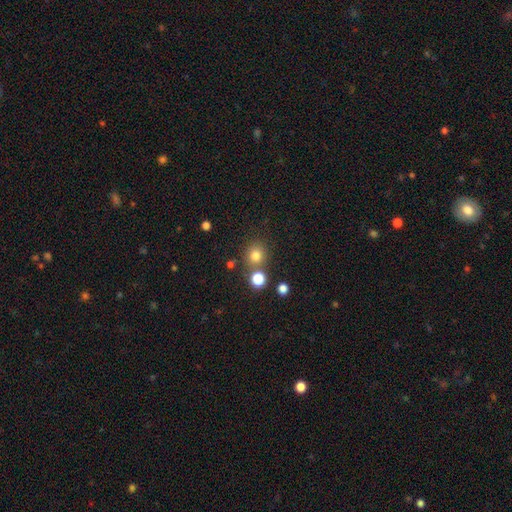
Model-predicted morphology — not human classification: This is likely a smooth galaxy (79%). How rounded: clearly round (88%). Merging: likely none (74%).